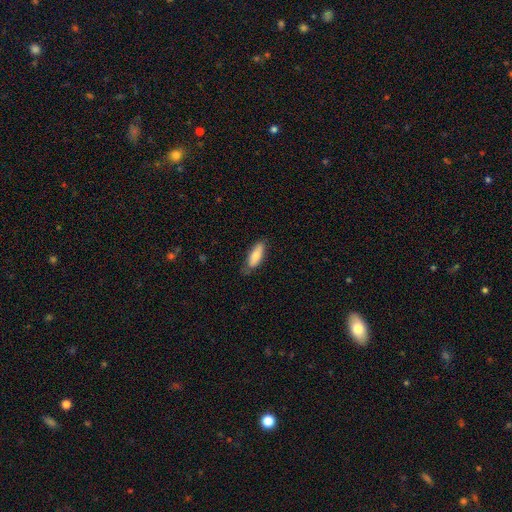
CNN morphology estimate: This appears to be a smooth galaxy with no disk features (77%) that is in between round and cigar-shaped (66%). Merging: none (71%).